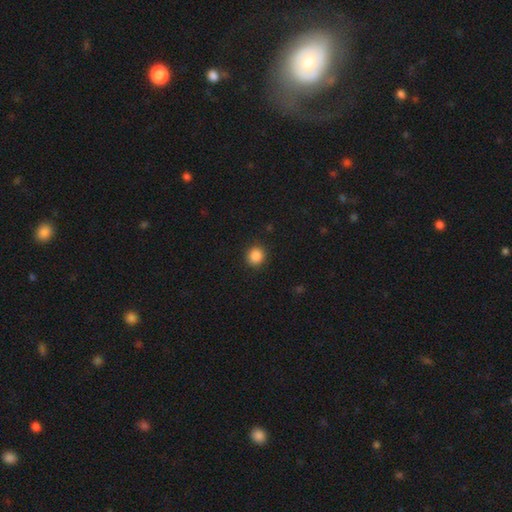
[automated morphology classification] smooth 87%, star or artifact 10%, featured or disk 3%. Down the decision tree: how rounded — round (88%); merging — none (90%).